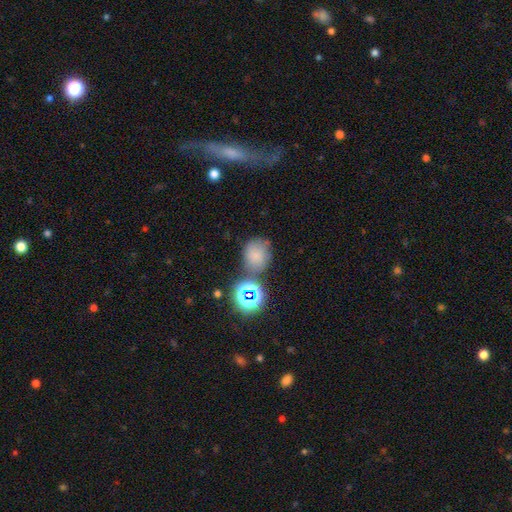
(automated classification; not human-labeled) Smooth or featured? smooth (69%)
How rounded? round (70%)
Merging? none (61%)